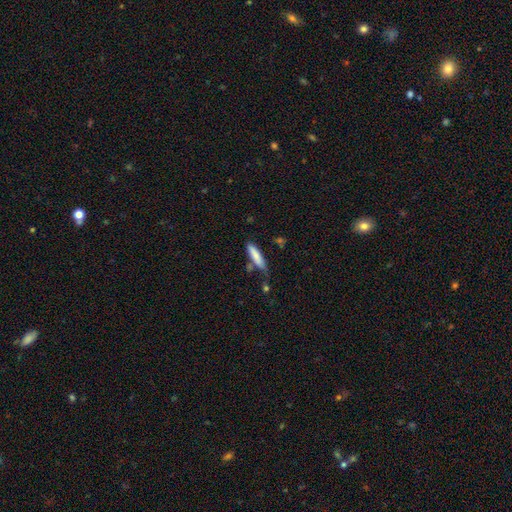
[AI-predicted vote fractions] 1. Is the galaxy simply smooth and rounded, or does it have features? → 79% smooth, 15% featured or disk, 6% star or artifact.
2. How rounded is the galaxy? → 76% cigar-shaped, 23% in between, 1% round.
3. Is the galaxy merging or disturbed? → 61% none, 23% minor disturbance, 10% merger, 6% major disturbance.